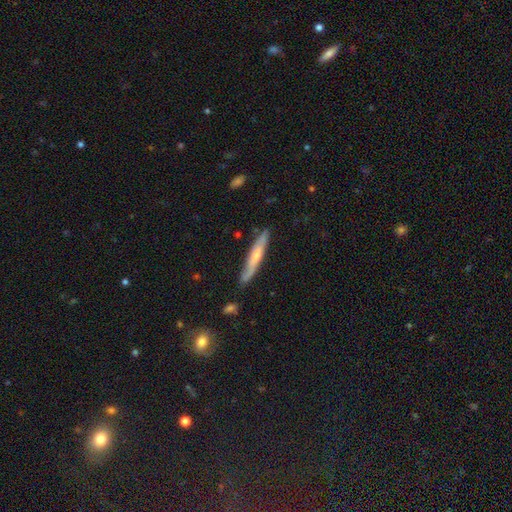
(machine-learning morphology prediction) Smooth or featured? Predicted: smooth (p=0.47, tied with featured or disk). Merging? Predicted: none (p=0.81).